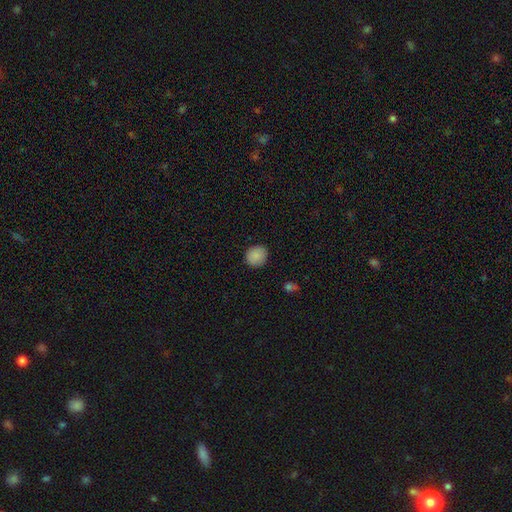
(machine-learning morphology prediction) Smooth or featured? smooth (88%)
How rounded? round (88%)
Merging? none (89%)